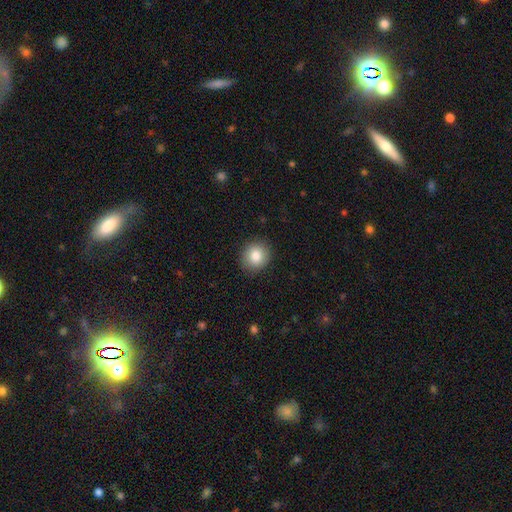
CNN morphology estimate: This appears to be a smooth galaxy with no disk features (84%) that is round (83%). Merging: none (89%).